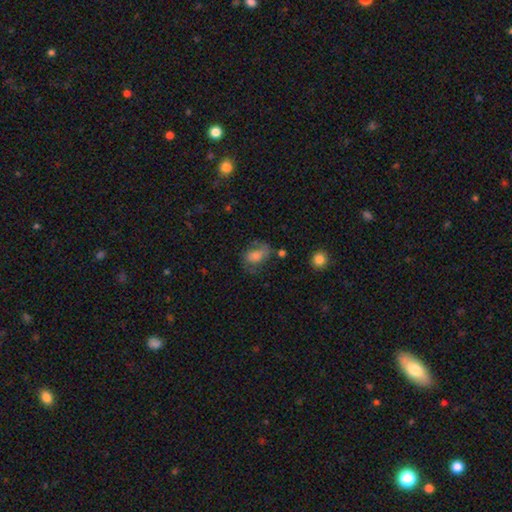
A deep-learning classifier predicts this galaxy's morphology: A smooth galaxy with no disk features (56%) that is in between round and cigar-shaped (76%).

Vote fractions:
- Smooth or featured? smooth: 56% / featured or disk: 32% / star or artifact: 11%
- How rounded? in between: 76% / round: 22% / cigar-shaped: 2%
- Merging? none: 48% / minor disturbance: 26% / major disturbance: 21% / merger: 5%